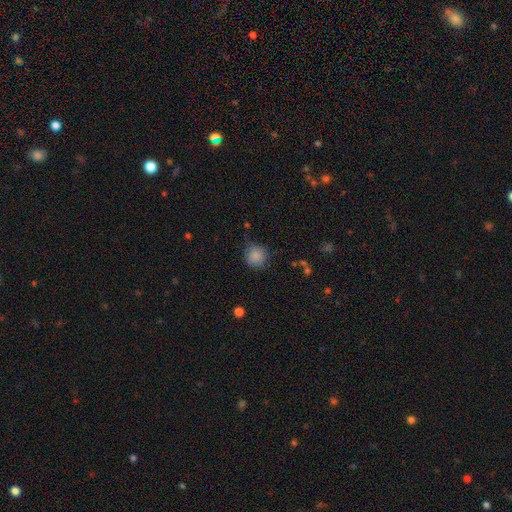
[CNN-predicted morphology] type=smooth (83%); roundness=round (90%); merging=none (70%).